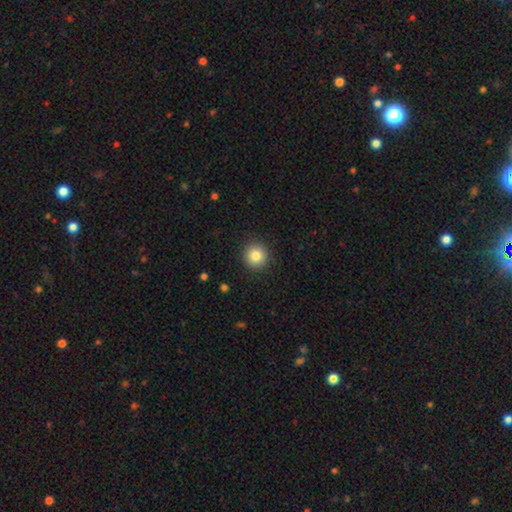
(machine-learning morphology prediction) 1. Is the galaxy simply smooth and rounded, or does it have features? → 83% smooth, 10% star or artifact, 7% featured or disk.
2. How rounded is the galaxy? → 95% round, 5% in between, 1% cigar-shaped.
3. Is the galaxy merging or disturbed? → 91% none, 6% minor disturbance, 2% major disturbance, 1% merger.